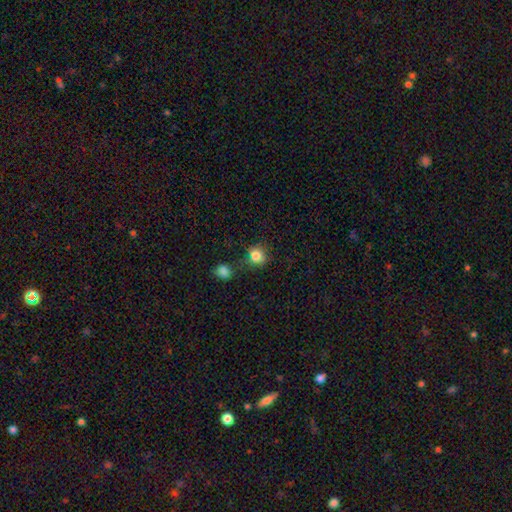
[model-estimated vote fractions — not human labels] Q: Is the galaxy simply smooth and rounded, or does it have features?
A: smooth — 79%.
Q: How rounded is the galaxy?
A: round — 80%.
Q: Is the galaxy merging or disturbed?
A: none — 60%.